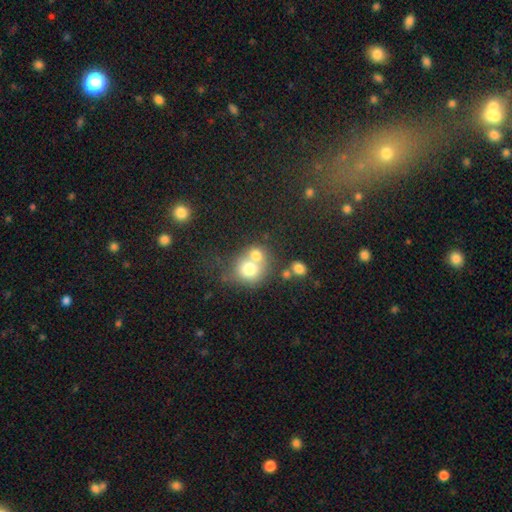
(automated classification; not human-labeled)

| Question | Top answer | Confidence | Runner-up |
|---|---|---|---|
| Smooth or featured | smooth | 70% | featured or disk (18%) |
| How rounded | round | 75% | in between (24%) |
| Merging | merger | 59% | none (29%) |